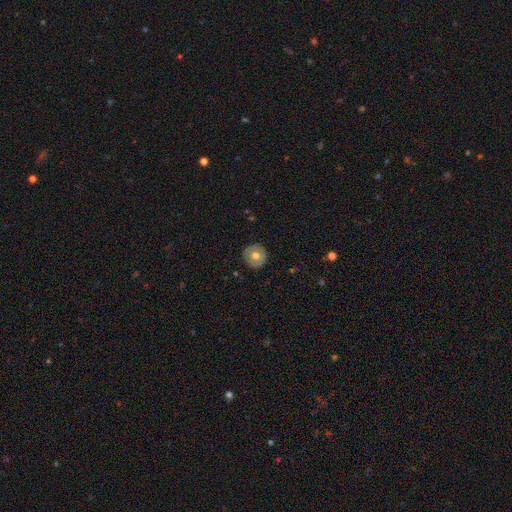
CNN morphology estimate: Smooth or featured? smooth (62%)
How rounded? round (95%)
Merging? none (90%)